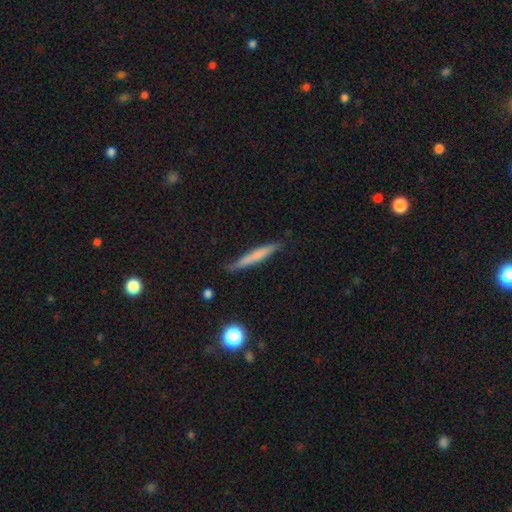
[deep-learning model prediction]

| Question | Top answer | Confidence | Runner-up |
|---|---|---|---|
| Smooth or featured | smooth | 62% | featured or disk (31%) |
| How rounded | cigar-shaped | 95% | in between (4%) |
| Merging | none | 83% | minor disturbance (13%) |